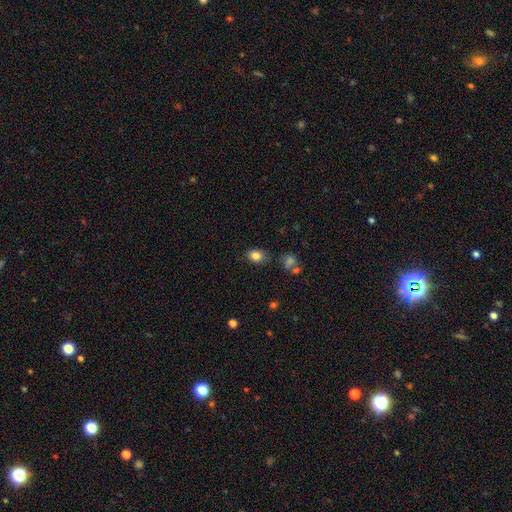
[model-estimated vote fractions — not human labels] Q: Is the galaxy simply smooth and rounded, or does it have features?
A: smooth — 83%.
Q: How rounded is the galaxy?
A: in between — 66%.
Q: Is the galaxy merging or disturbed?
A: none — 78%.